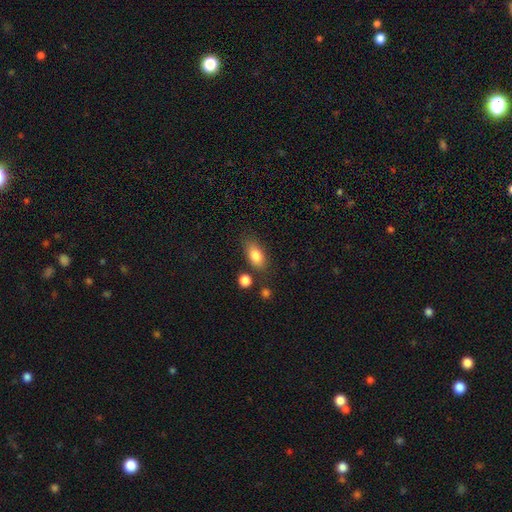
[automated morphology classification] Smooth or featured? smooth (82%)
How rounded? in between (85%)
Merging? none (74%)